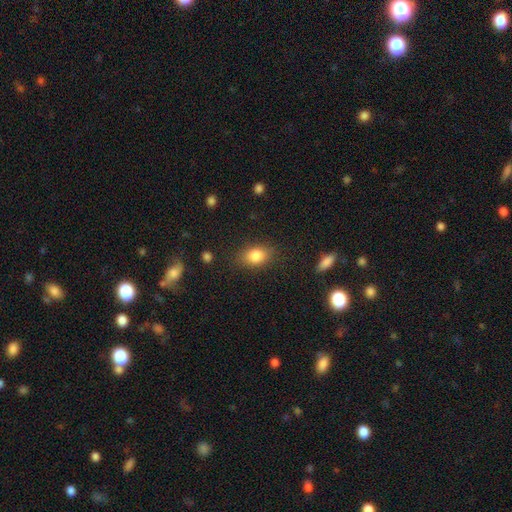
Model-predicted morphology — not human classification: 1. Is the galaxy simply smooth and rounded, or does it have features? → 83% smooth, 9% star or artifact, 7% featured or disk.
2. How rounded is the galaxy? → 76% in between, 22% round, 2% cigar-shaped.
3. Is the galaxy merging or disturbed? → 83% none, 12% minor disturbance, 4% major disturbance, 1% merger.